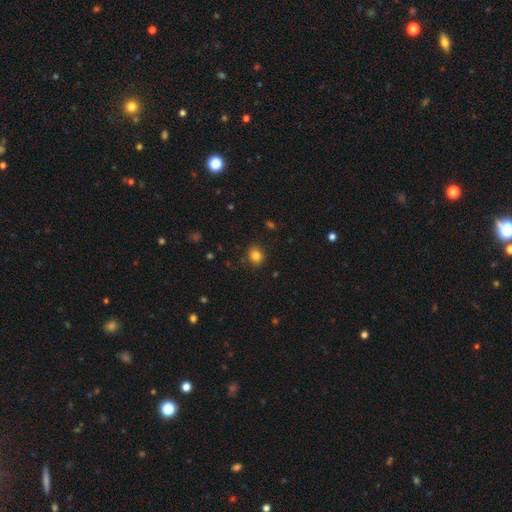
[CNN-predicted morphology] Q: Smooth or featured?
A: smooth (83%); runner-up: star or artifact (12%)
Q: How rounded?
A: round (76%); runner-up: in between (23%)
Q: Merging?
A: none (87%); runner-up: minor disturbance (10%)